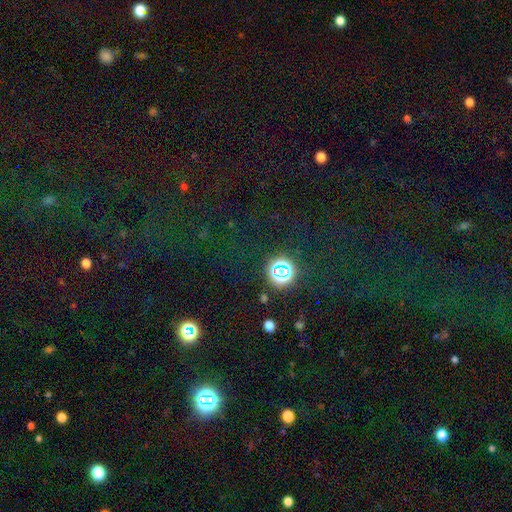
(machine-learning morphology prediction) Overall: star or artifact (68%).